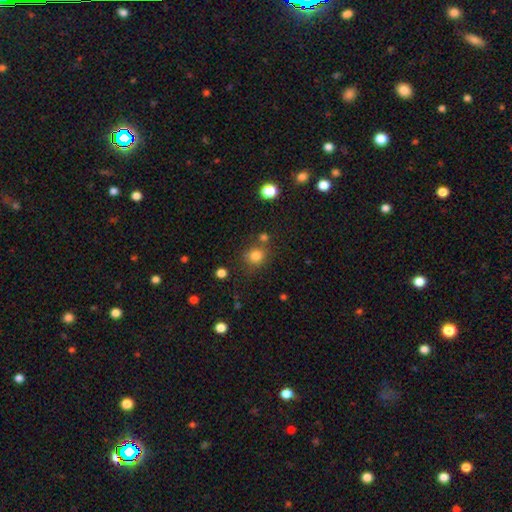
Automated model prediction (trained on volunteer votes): Smooth or featured? smooth (81%)
How rounded? round (82%)
Merging? none (72%)